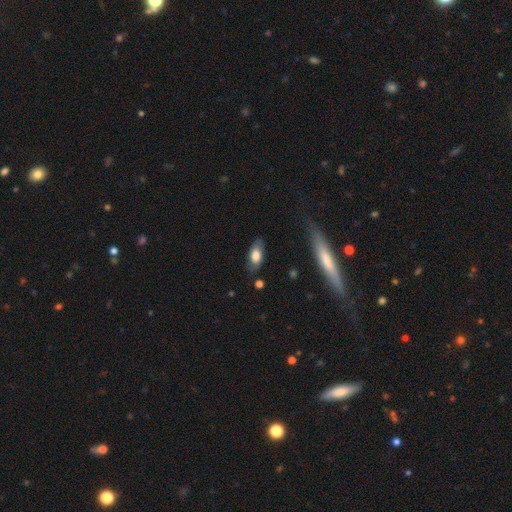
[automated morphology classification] Q: Smooth or featured?
A: smooth (72%); runner-up: featured or disk (22%)
Q: How rounded?
A: in between (85%); runner-up: cigar-shaped (11%)
Q: Merging?
A: none (75%); runner-up: minor disturbance (18%)